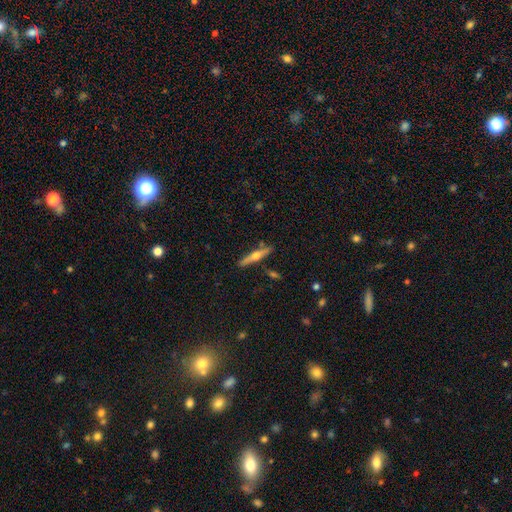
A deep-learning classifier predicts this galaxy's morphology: A featured or disk galaxy (64%) viewed edge-on (96%) with a rounded central bulge (94%).

Vote fractions:
- Smooth or featured? featured or disk: 64% / smooth: 30% / star or artifact: 6%
- Edge-on disk? yes: 96% / no: 4%
- Edge-on bulge? rounded: 94% / none: 4% / boxy: 3%
- Merging? none: 85% / minor disturbance: 9% / merger: 4% / major disturbance: 2%